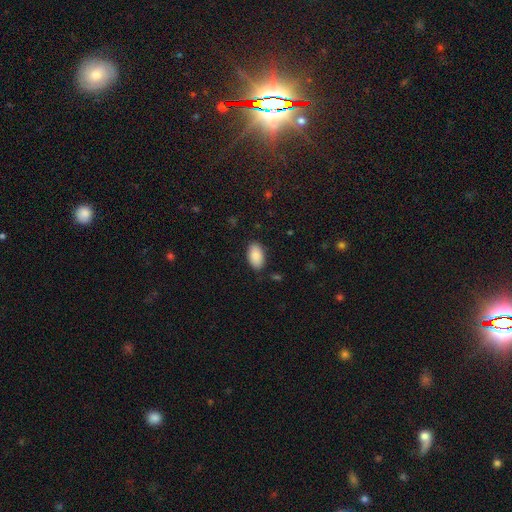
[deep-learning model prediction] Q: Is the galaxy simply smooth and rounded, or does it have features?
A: smooth — 89%.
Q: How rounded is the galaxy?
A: in between — 95%.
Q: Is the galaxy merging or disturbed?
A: none — 86%.